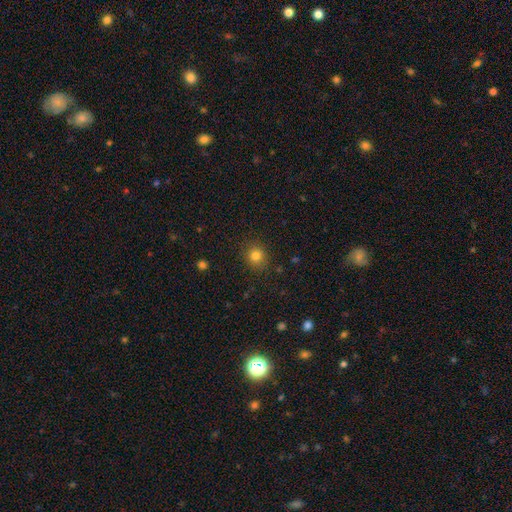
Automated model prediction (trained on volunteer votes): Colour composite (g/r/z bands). It shows a smooth galaxy with no disk features (82%) that is round (86%). Merging: none (89%).